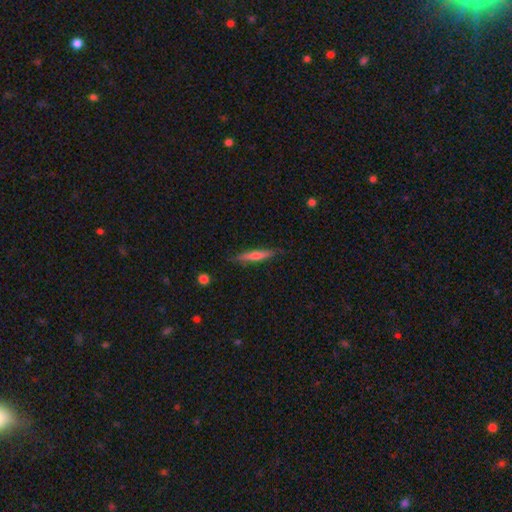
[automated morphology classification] Smooth or featured? smooth (54%)
How rounded? cigar-shaped (91%)
Merging? none (84%)